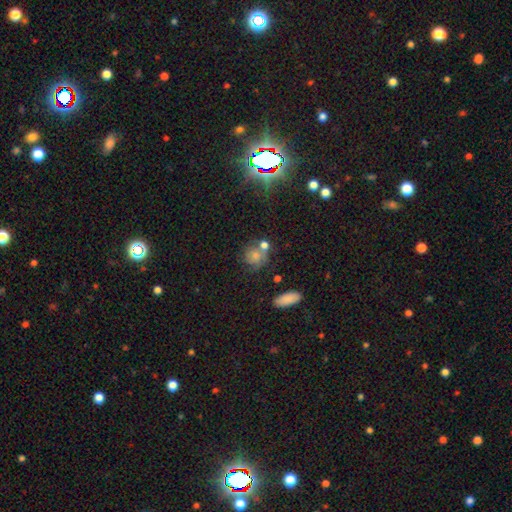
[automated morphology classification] A smooth galaxy with no disk features (53%) that is round (72%). Merging: none (49%).